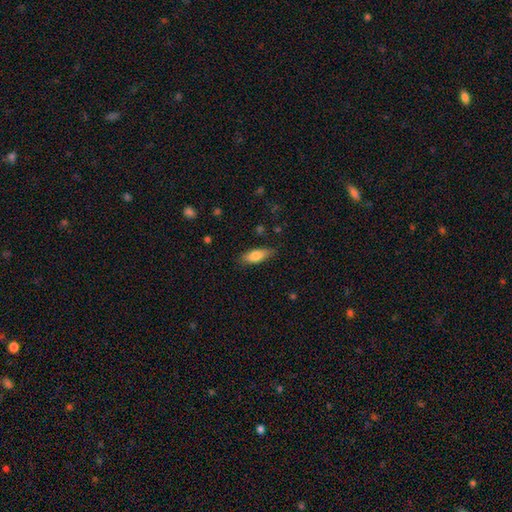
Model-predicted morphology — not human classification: smooth 78%, featured or disk 16%, star or artifact 7%. Down the decision tree: how rounded — in between (69%); merging — none (81%).